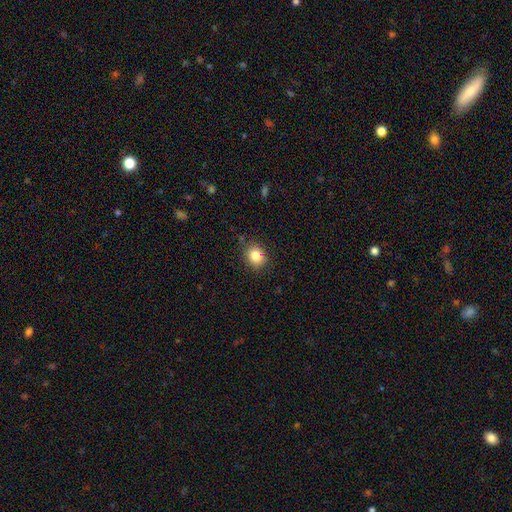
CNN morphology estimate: type=smooth (84%); roundness=round (67%); merging=none (85%).